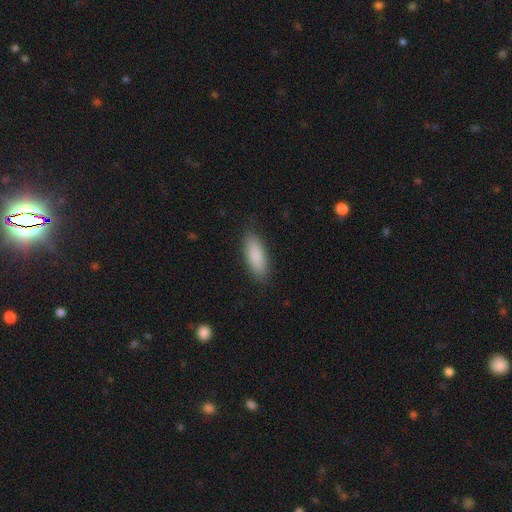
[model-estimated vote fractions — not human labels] smooth_or_featured: smooth (p=0.88) [alt: featured or disk p=0.06]
how_rounded: in between (p=0.68) [alt: cigar-shaped p=0.31]
merging: none (p=0.87) [alt: minor disturbance p=0.09]